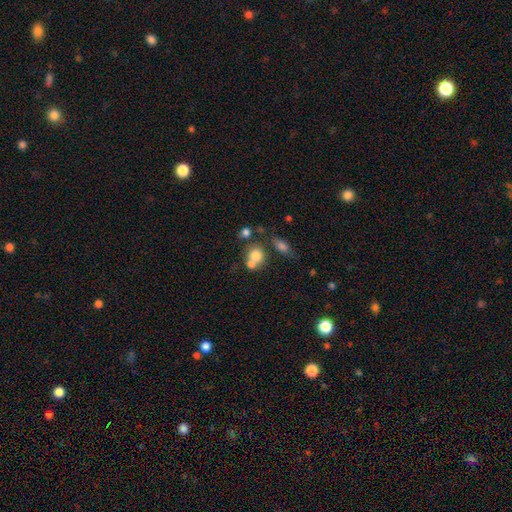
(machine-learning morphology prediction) This is likely a smooth galaxy (75%). How rounded: likely round (72%). Merging: possibly merger (47%).